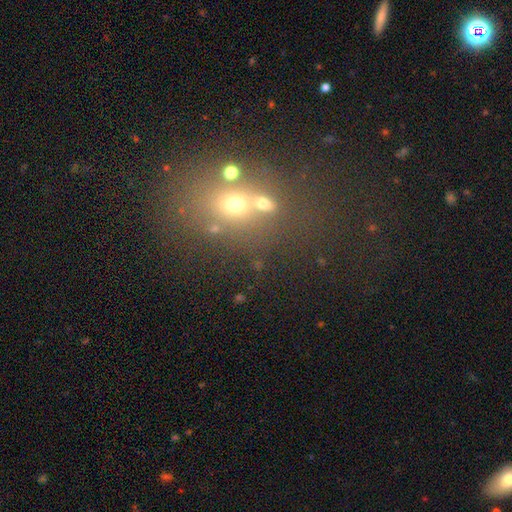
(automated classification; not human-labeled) This appears to be a smooth galaxy with no disk features (45%). Merging: none (43%).